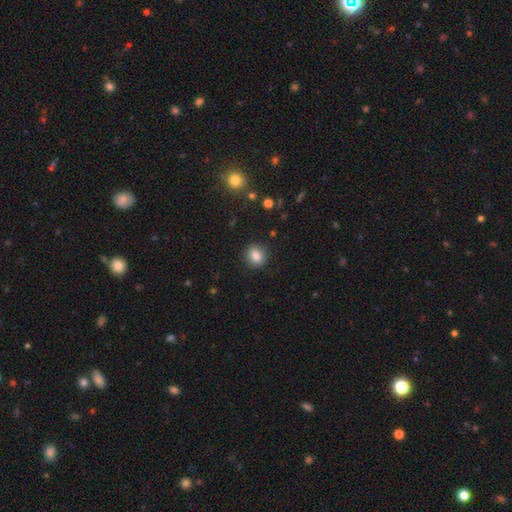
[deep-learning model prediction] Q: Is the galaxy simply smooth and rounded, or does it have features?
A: smooth — 84%.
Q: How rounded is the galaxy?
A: round — 72%.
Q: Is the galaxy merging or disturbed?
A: none — 88%.